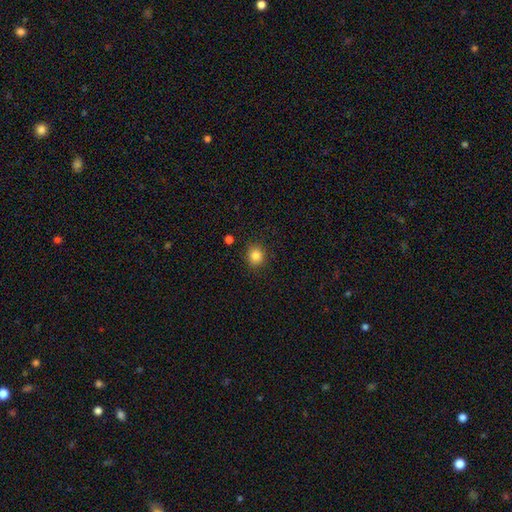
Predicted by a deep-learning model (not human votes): smooth_or_featured: smooth (p=0.85) [alt: star or artifact p=0.11]
how_rounded: round (p=0.83) [alt: in between p=0.17]
merging: none (p=0.87) [alt: minor disturbance p=0.09]